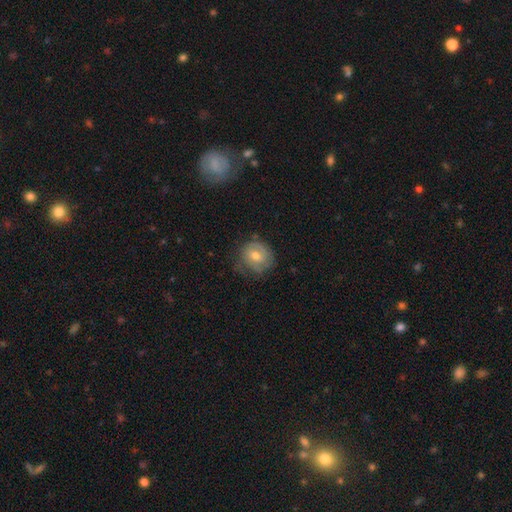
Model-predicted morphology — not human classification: type=smooth (47%); merging=none (63%).